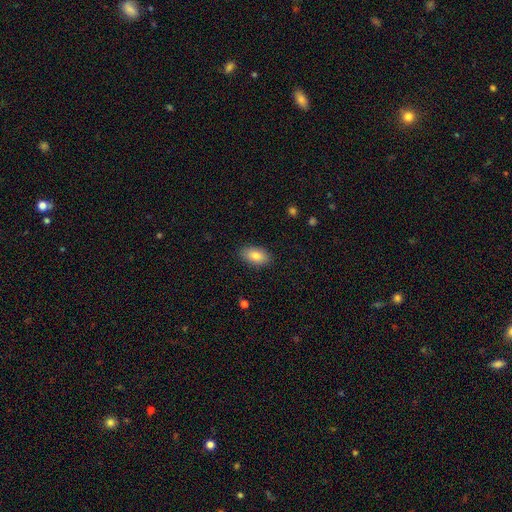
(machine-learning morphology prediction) type=smooth (83%); roundness=in between (92%); merging=none (88%).